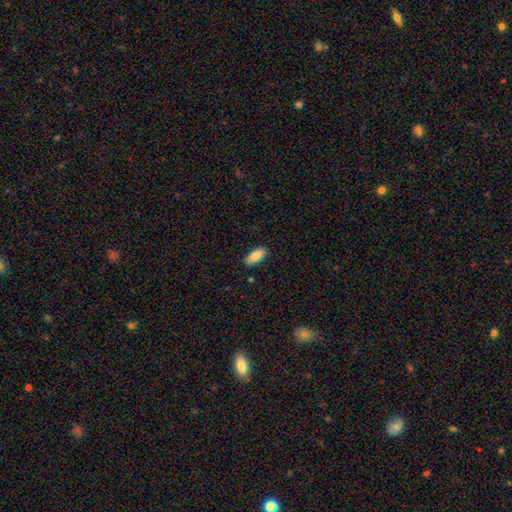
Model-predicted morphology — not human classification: type=smooth (88%); roundness=in between (87%); merging=none (88%).